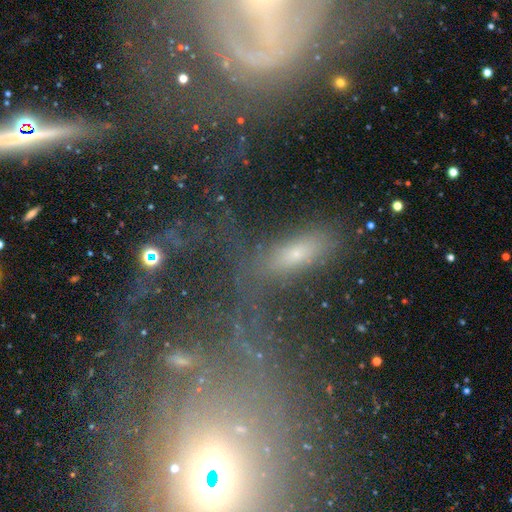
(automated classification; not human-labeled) A smooth galaxy with no disk features (35%).

Vote fractions:
- Smooth or featured? smooth: 35% / featured or disk: 34% / star or artifact: 31%
- Merging? none: 53% / minor disturbance: 18% / major disturbance: 18% / merger: 11%